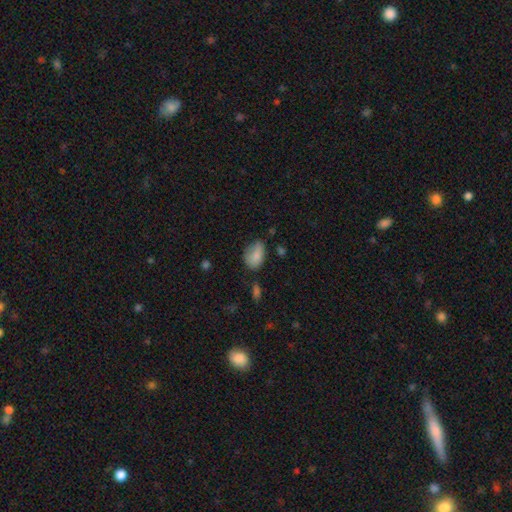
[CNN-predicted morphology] Smooth or featured: smooth — 81% (featured or disk — 10%)
How rounded: in between — 88% (round — 10%)
Merging: none — 49% (minor disturbance — 35%)